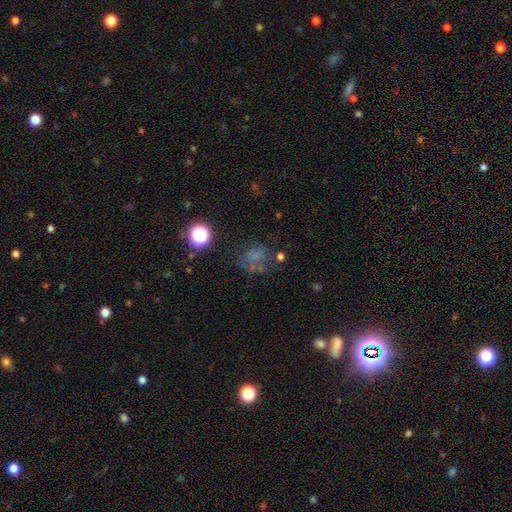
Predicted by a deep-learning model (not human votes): Smooth or featured?
  - smooth: 44% *
  - star or artifact: 29%
  - featured or disk: 27%
Merging?
  - none: 47% *
  - major disturbance: 22%
  - minor disturbance: 21%
  - merger: 10%